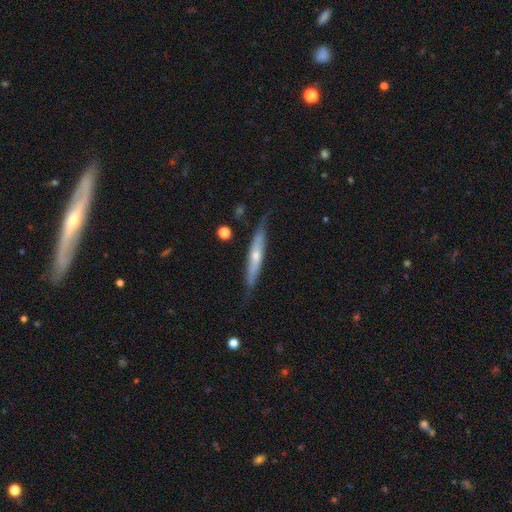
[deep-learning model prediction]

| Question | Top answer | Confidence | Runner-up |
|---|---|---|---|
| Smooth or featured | featured or disk | 59% | smooth (36%) |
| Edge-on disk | yes | 82% | no (18%) |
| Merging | none | 72% | minor disturbance (22%) |